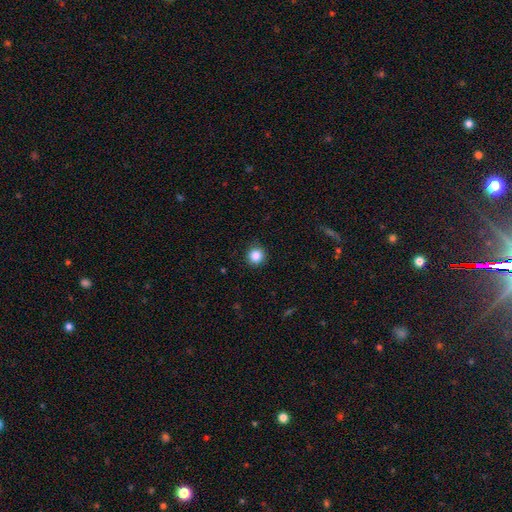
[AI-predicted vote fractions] The model was most divided on "smooth or featured": smooth: 86%, star or artifact: 10%, featured or disk: 4%. More confident: how rounded — round (93%); merging — none (90%).